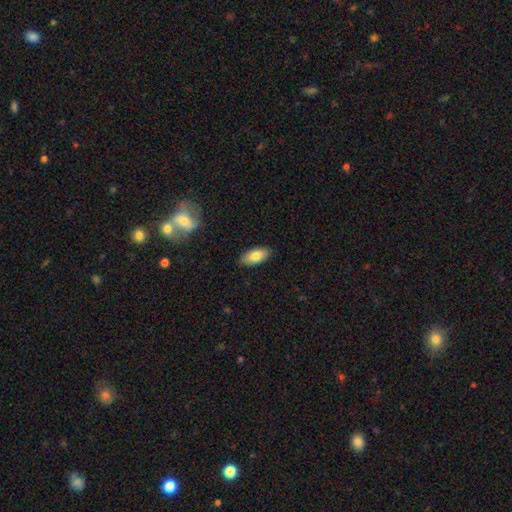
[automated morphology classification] The model was most divided on "smooth or featured": smooth: 82%, featured or disk: 12%, star or artifact: 6%. More confident: how rounded — in between (92%); merging — none (87%).